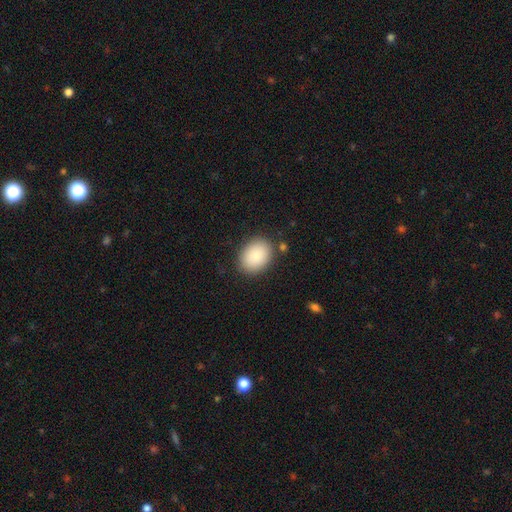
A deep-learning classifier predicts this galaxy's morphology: The model was most divided on "how rounded": in between: 61%, round: 38%, cigar-shaped: 1%. More confident: smooth or featured — smooth (85%); merging — none (85%).